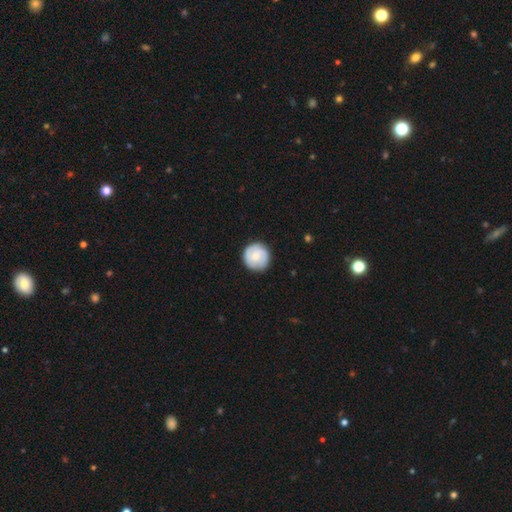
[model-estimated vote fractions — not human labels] Smooth or featured? Predicted: smooth (p=0.54). How rounded? Predicted: round (p=0.95). Merging? Predicted: none (p=0.87).